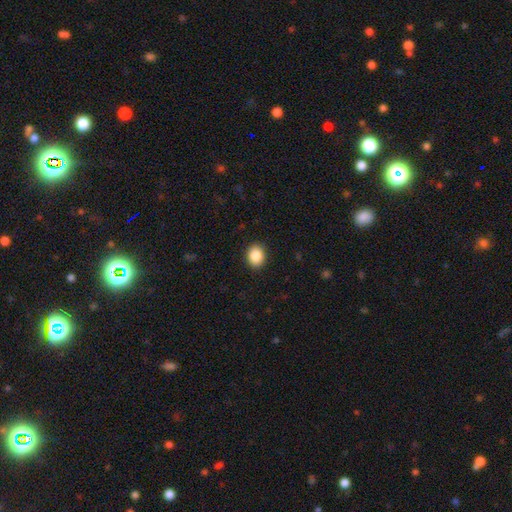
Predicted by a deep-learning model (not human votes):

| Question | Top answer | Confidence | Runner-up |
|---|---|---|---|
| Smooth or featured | smooth | 87% | star or artifact (8%) |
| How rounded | round | 58% | in between (41%) |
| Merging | none | 91% | minor disturbance (6%) |